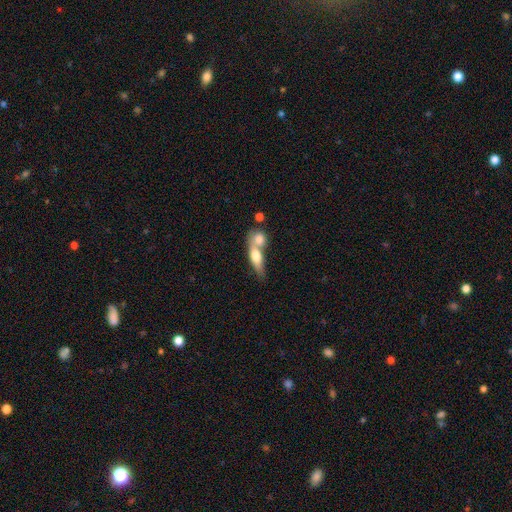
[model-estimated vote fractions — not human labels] Q: Smooth or featured?
A: smooth (64%); runner-up: featured or disk (29%)
Q: How rounded?
A: in between (53%); runner-up: cigar-shaped (34%)
Q: Merging?
A: merger (63%); runner-up: none (24%)